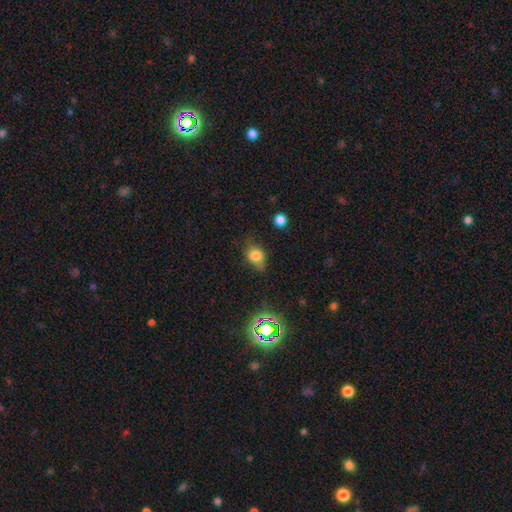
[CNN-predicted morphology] smooth_or_featured: smooth (p=0.70) [alt: star or artifact p=0.15]
how_rounded: in between (p=0.57) [alt: round p=0.41]
merging: none (p=0.50) [alt: minor disturbance p=0.34]